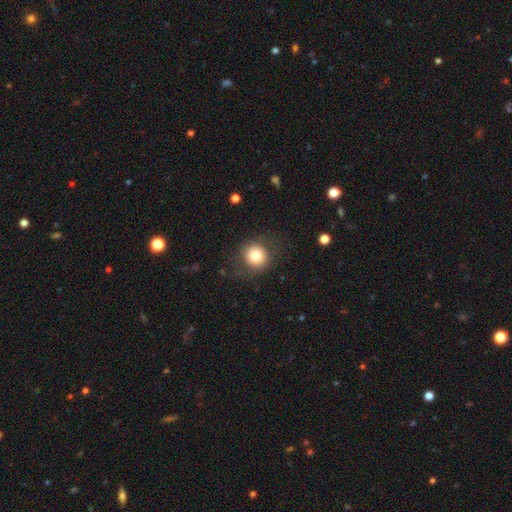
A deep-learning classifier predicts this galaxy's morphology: A smooth galaxy with no disk features (79%) that is round (91%). Merging: none (83%).